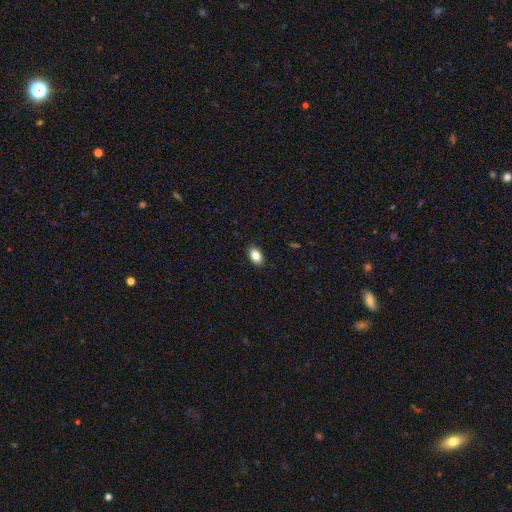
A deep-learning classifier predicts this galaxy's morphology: Smooth or featured? Predicted: smooth (p=0.84). How rounded? Predicted: in between (p=0.88). Merging? Predicted: none (p=0.89).